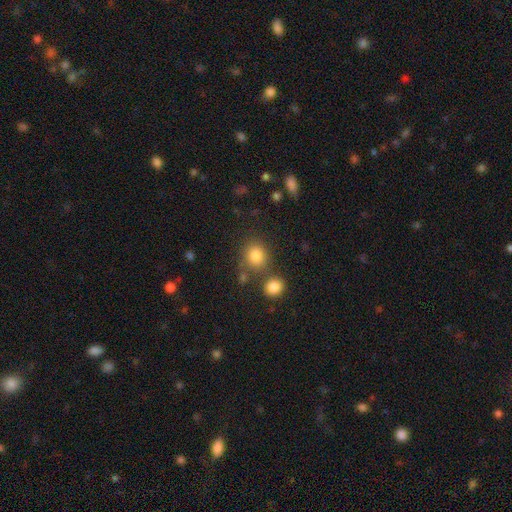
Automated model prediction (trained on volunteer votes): Smooth or featured: smooth — 83% (star or artifact — 11%)
How rounded: round — 77% (in between — 22%)
Merging: none — 67% (merger — 15%)